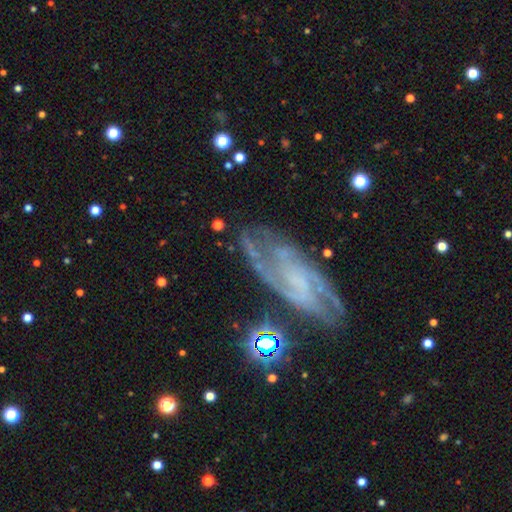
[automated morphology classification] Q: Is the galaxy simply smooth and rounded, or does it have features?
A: featured or disk — 81%.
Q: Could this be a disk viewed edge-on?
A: no — 90%.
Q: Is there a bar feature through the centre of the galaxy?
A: no — 44%.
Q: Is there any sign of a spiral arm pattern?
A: yes — 95%.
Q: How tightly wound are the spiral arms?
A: tight — 45%.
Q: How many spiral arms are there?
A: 2 — 44%.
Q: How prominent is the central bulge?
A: none — 49%.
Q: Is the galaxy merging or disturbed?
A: none — 73%.